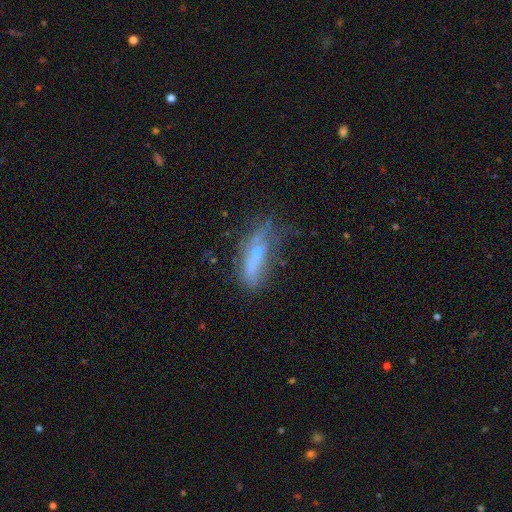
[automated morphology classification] featured or disk 46%, smooth 40%, star or artifact 14%. Down the decision tree: merging — none (39%).